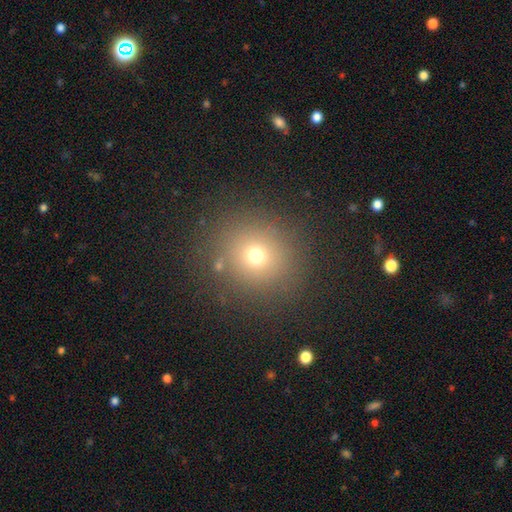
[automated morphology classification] Q: Smooth or featured?
A: smooth (69%); runner-up: star or artifact (21%)
Q: How rounded?
A: round (90%); runner-up: in between (9%)
Q: Merging?
A: none (86%); runner-up: minor disturbance (8%)